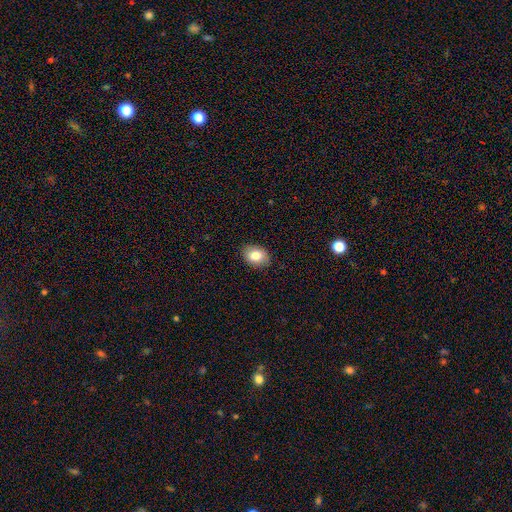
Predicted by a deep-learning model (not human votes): smooth_or_featured: smooth (p=0.81) [alt: featured or disk p=0.10]
how_rounded: in between (p=0.71) [alt: round p=0.28]
merging: none (p=0.87) [alt: minor disturbance p=0.10]